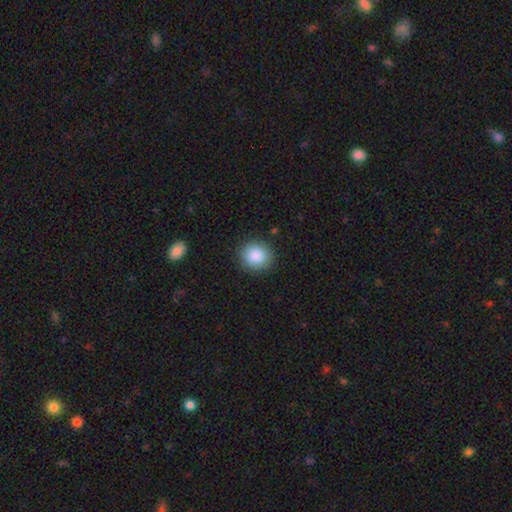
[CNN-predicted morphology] Overall: smooth (88%). How rounded: round (84%). Merging: none (90%).